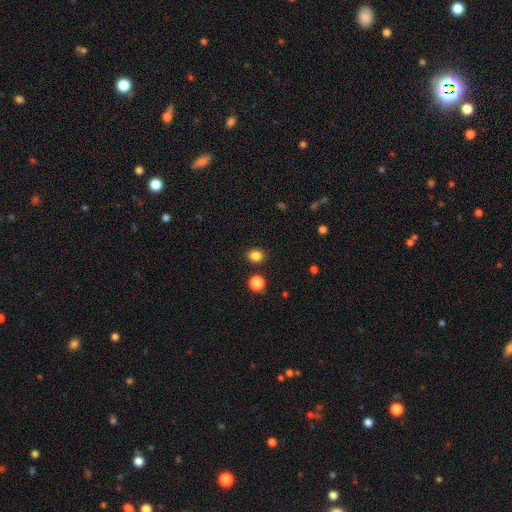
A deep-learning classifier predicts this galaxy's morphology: smooth-or-featured: smooth: 84% | star or artifact: 12% | featured or disk: 4%
  how-rounded: round: 62% | in between: 37% | cigar-shaped: 1%
  merging: none: 88% | minor disturbance: 7% | merger: 3% | major disturbance: 2%